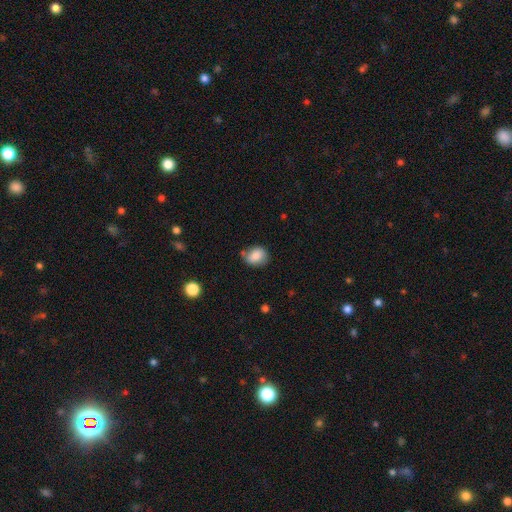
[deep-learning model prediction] A smooth galaxy with no disk features (84%) that is in between round and cigar-shaped (50%).

Vote fractions:
- Smooth or featured? smooth: 84% / star or artifact: 8% / featured or disk: 8%
- How rounded? in between: 50% / round: 49% / cigar-shaped: 1%
- Merging? none: 66% / minor disturbance: 22% / merger: 7% / major disturbance: 5%